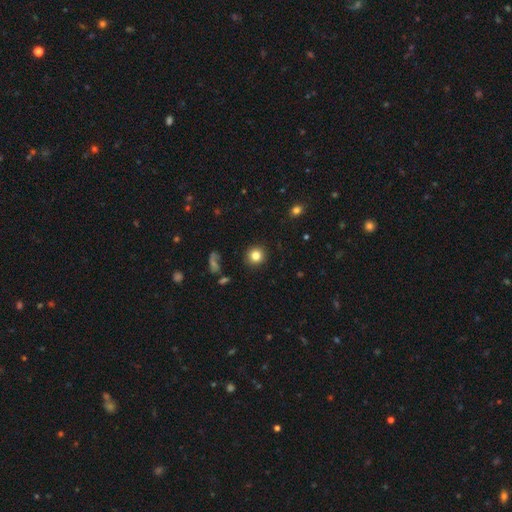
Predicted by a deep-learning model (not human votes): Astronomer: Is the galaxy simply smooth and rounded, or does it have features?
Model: smooth — 83%.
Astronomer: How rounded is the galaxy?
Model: round — 92%.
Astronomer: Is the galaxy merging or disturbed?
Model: none — 91%.